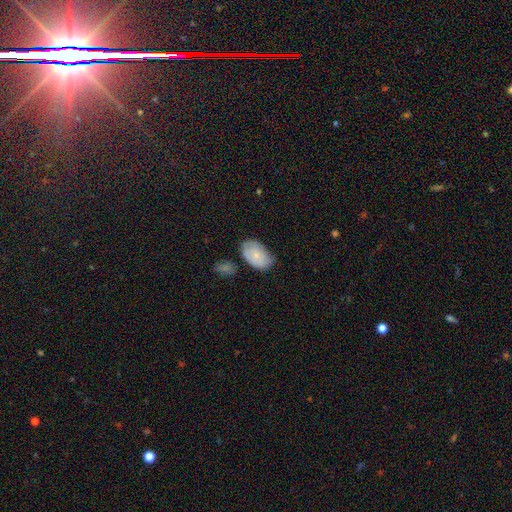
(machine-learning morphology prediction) This appears to be a smooth galaxy with no disk features (69%) that is in between round and cigar-shaped (91%). Merging: none (58%).